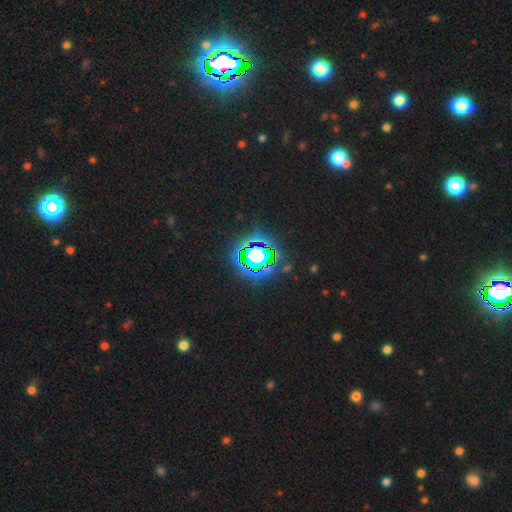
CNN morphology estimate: type=star or artifact (75%).